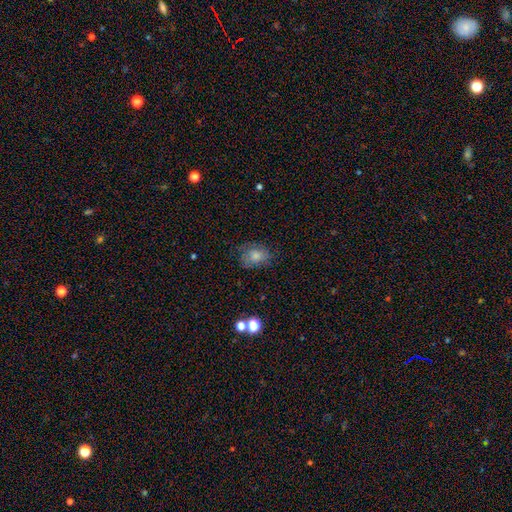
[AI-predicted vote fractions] The model was most divided on "smooth or featured": smooth: 50%, featured or disk: 32%, star or artifact: 18%. More confident: merging — none (68%); how rounded — in between (63%).